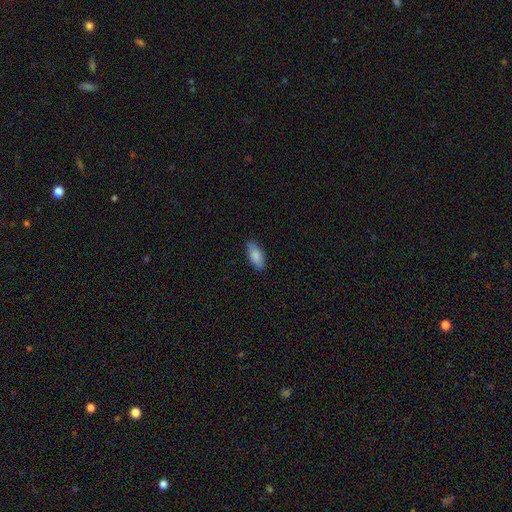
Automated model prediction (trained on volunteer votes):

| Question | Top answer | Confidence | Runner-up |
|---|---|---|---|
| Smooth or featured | smooth | 87% | featured or disk (7%) |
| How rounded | in between | 85% | cigar-shaped (13%) |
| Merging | none | 87% | minor disturbance (10%) |